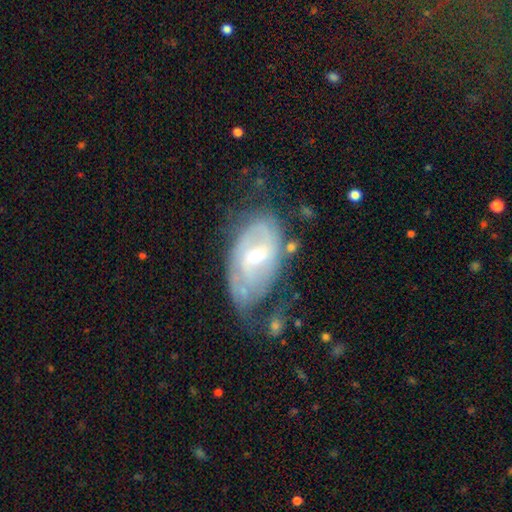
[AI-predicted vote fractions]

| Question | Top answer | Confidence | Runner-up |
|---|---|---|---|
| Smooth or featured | featured or disk | 77% | smooth (17%) |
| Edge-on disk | no | 95% | yes (5%) |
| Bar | weak | 55% | strong (23%) |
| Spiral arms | yes | 83% | no (17%) |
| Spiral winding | tight | 50% | medium (35%) |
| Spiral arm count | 2 | 49% | can't tell (35%) |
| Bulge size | moderate | 56% | small (39%) |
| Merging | none | 49% | minor disturbance (29%) |